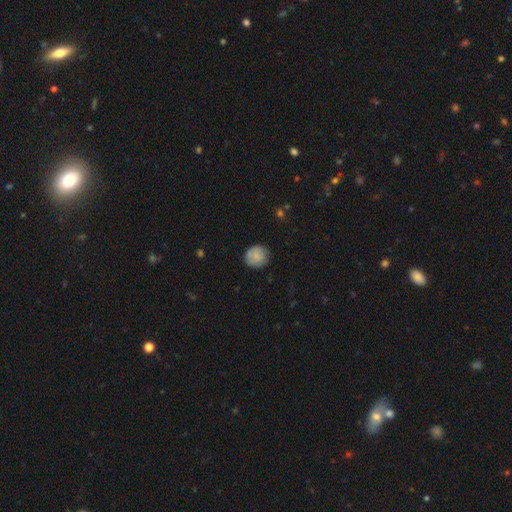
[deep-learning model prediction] Smooth or featured? smooth (80%)
How rounded? round (89%)
Merging? none (82%)